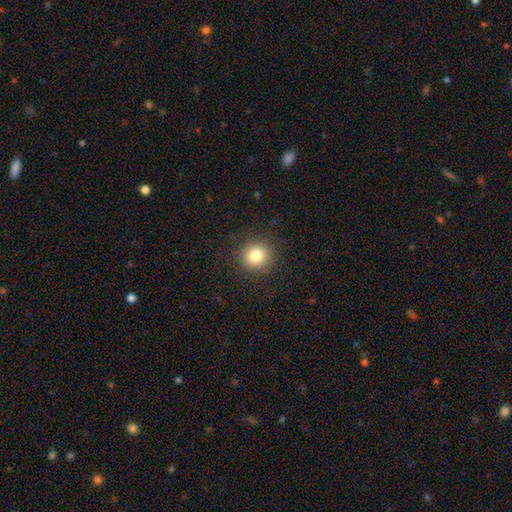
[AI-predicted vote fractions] Smooth or featured: smooth — 81% (star or artifact — 12%)
How rounded: round — 92% (in between — 7%)
Merging: none — 90% (minor disturbance — 6%)